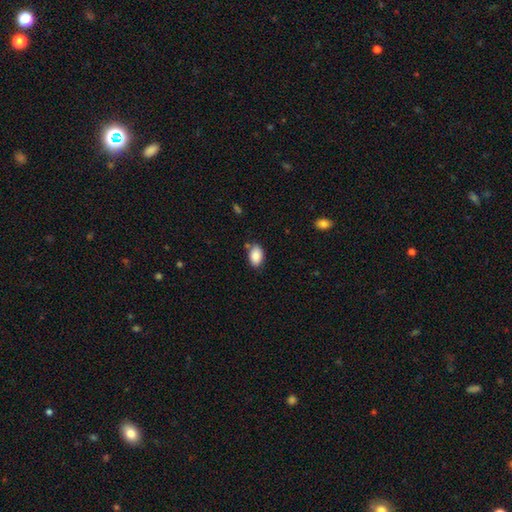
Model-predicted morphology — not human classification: Smooth or featured? smooth (88%)
How rounded? in between (91%)
Merging? none (76%)